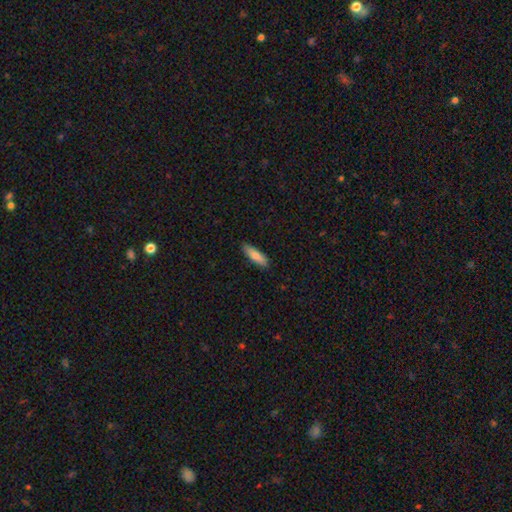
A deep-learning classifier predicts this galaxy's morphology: Smooth or featured: smooth — 84% (featured or disk — 11%)
How rounded: cigar-shaped — 60% (in between — 38%)
Merging: none — 88% (minor disturbance — 10%)